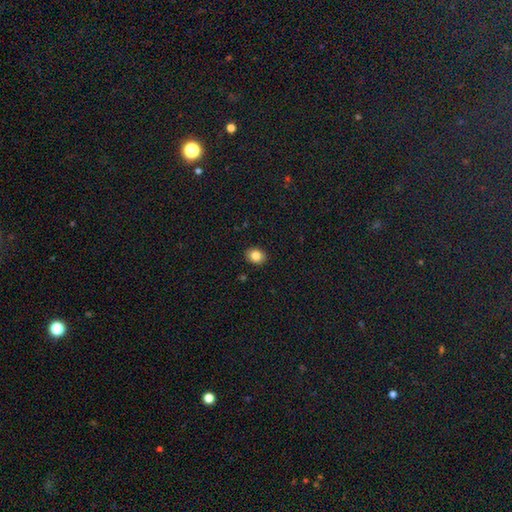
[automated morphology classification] Overall: smooth (84%). How rounded: in between (51%; round 48%). Merging: none (91%).